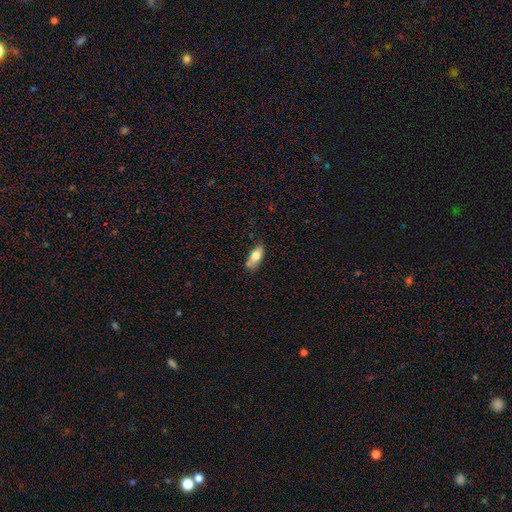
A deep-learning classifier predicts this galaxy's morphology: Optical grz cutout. It shows a smooth galaxy with no disk features (74%) that is in between round and cigar-shaped (80%). Merging: none (65%).